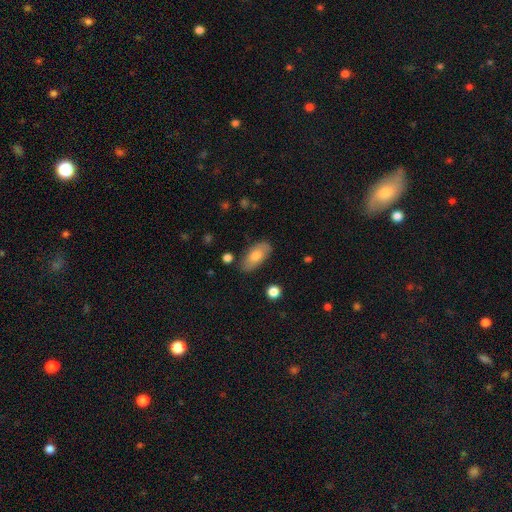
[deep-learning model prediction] Smooth or featured? smooth (73%)
How rounded? in between (90%)
Merging? none (82%)